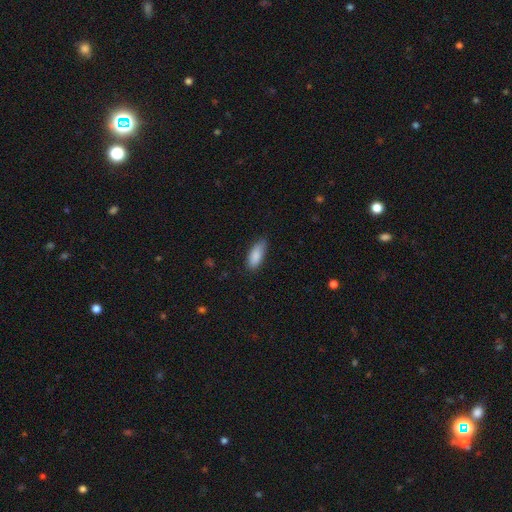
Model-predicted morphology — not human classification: A smooth galaxy with no disk features (88%) that is in between round and cigar-shaped (80%).

Vote fractions:
- Smooth or featured? smooth: 88% / star or artifact: 6% / featured or disk: 6%
- How rounded? in between: 80% / cigar-shaped: 18% / round: 2%
- Merging? none: 76% / minor disturbance: 19% / major disturbance: 3% / merger: 1%